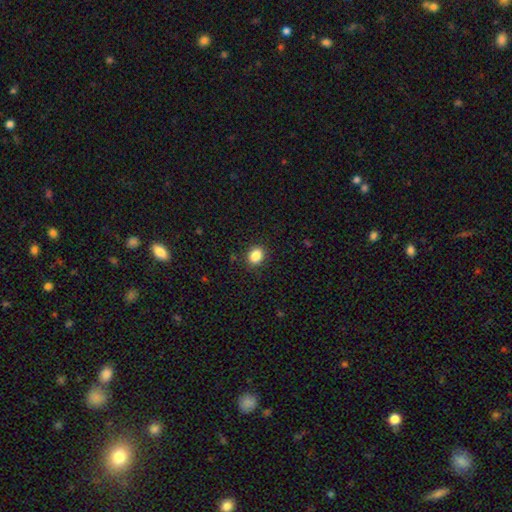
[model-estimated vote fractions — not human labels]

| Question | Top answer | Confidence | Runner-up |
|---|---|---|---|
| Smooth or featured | smooth | 86% | star or artifact (10%) |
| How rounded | in between | 53% | round (46%) |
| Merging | none | 88% | minor disturbance (9%) |